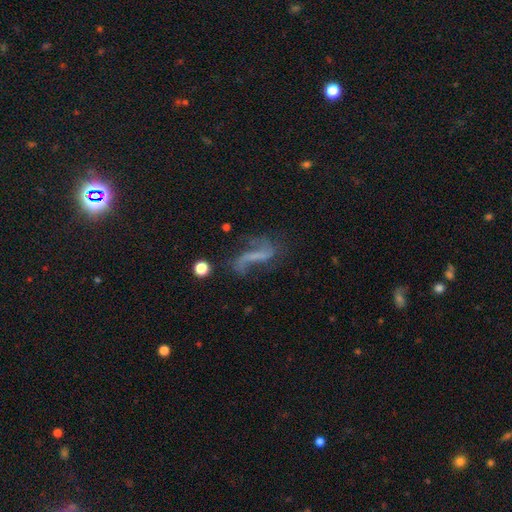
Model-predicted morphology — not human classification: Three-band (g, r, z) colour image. It shows a featured or disk galaxy (67%) with no bar (38%), spiral arms (78%) and no central bulge (71%). Merging: none (45%).